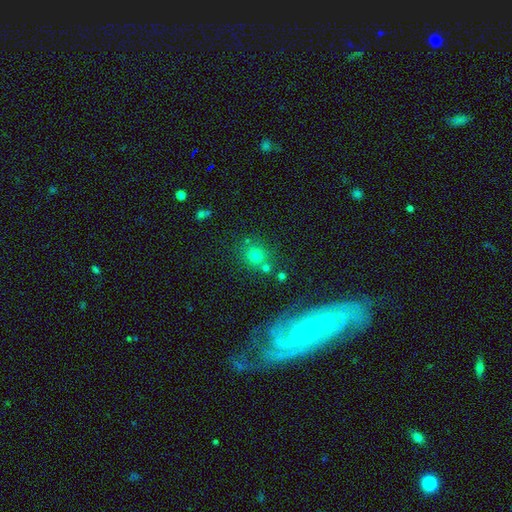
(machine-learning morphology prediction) smooth_or_featured: smooth (p=0.70) [alt: star or artifact p=0.20]
how_rounded: round (p=0.86) [alt: in between p=0.13]
merging: none (p=0.69) [alt: merger p=0.17]